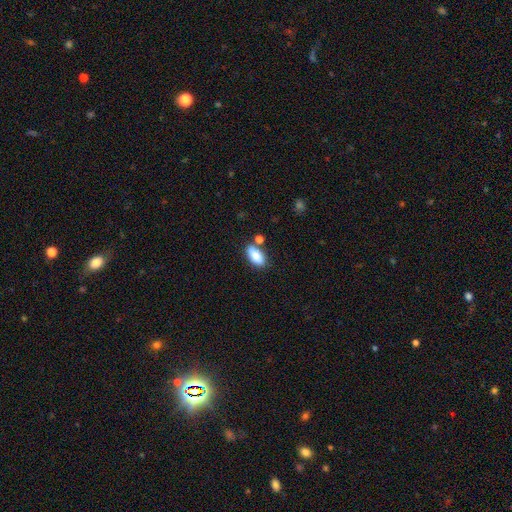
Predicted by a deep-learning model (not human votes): Overall: smooth (82%). How rounded: in between (86%). Merging: none (70%).